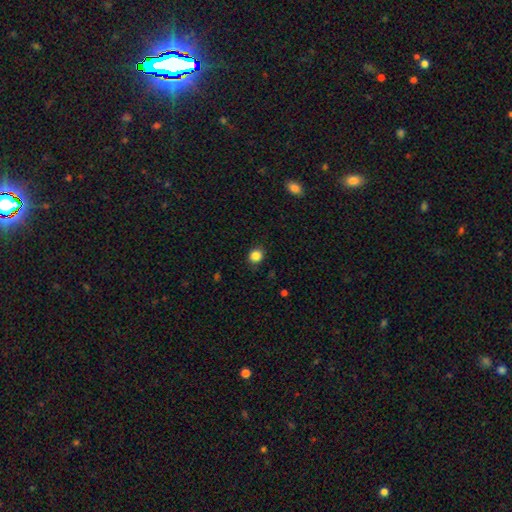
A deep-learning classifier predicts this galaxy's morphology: smooth-or-featured: smooth: 85% | star or artifact: 11% | featured or disk: 4%
  how-rounded: round: 78% | in between: 21% | cigar-shaped: 1%
  merging: none: 88% | minor disturbance: 9% | major disturbance: 2% | merger: 1%